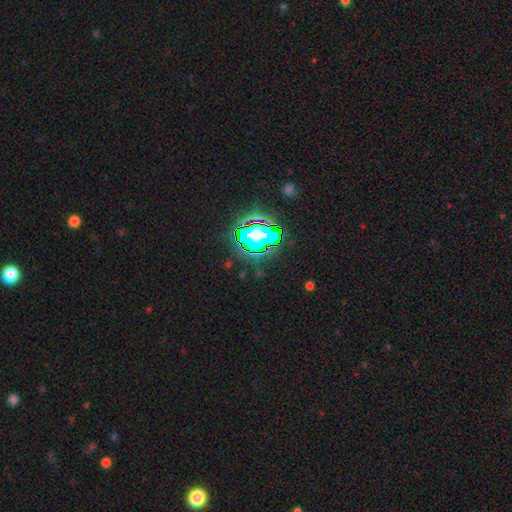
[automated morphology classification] Smooth or featured? Predicted: star or artifact (p=0.77).